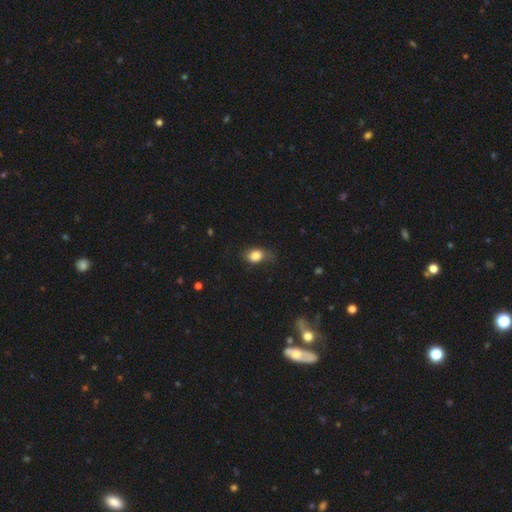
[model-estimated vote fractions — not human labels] Smooth or featured? Predicted: smooth (p=0.83). How rounded? Predicted: in between (p=0.71). Merging? Predicted: none (p=0.60).